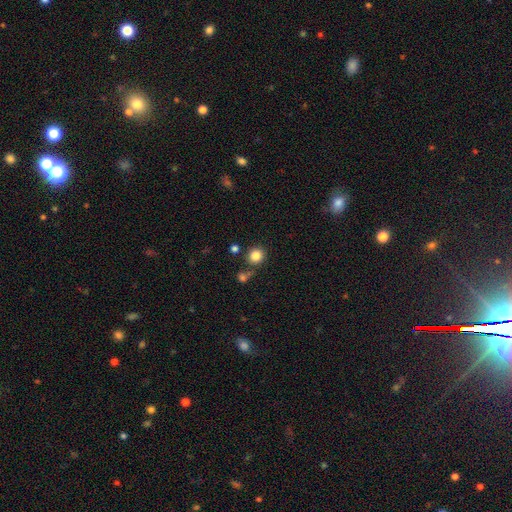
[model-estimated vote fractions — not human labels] A smooth galaxy with no disk features (84%) that is round (88%). Merging: none (76%).